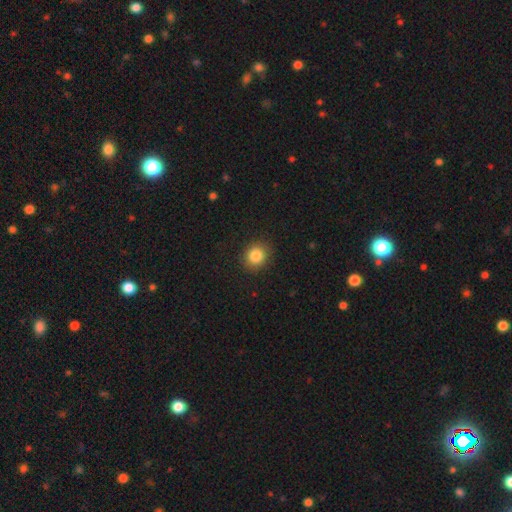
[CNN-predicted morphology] type=smooth (85%); roundness=round (76%); merging=none (89%).